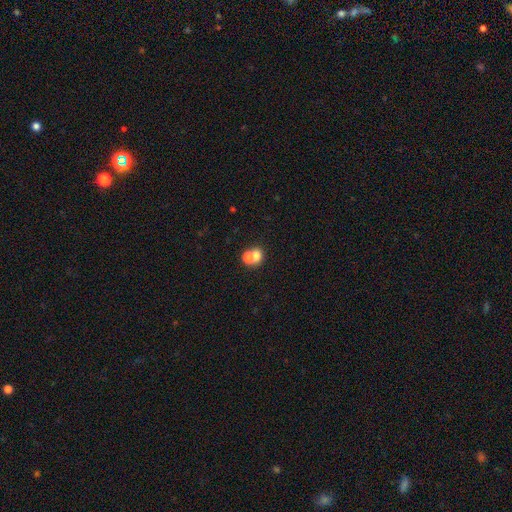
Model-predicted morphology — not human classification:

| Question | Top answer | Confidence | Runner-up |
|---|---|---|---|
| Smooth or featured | smooth | 69% | featured or disk (19%) |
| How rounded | round | 72% | in between (27%) |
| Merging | merger | 60% | none (31%) |